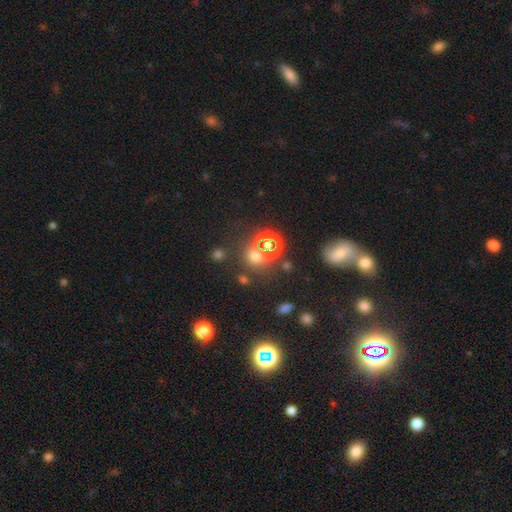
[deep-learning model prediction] Overall: smooth (51%; star or artifact 40%). How rounded: round (83%). Merging: none (70%).